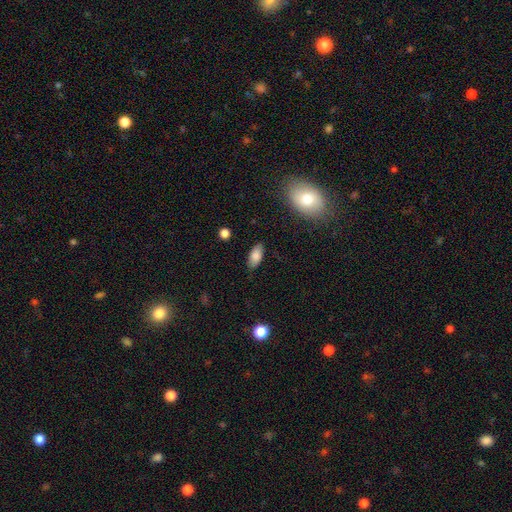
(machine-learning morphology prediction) smooth_or_featured: smooth (p=0.83) [alt: featured or disk p=0.09]
how_rounded: in between (p=0.90) [alt: cigar-shaped p=0.07]
merging: none (p=0.84) [alt: minor disturbance p=0.12]